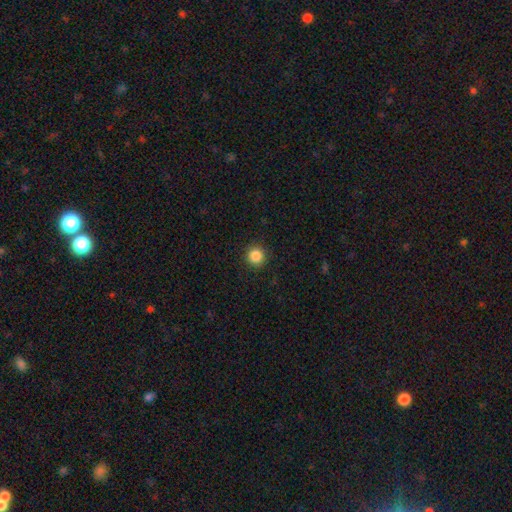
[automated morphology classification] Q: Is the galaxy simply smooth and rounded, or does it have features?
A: smooth — 86%.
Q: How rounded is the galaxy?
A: round — 95%.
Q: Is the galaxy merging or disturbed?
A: none — 92%.